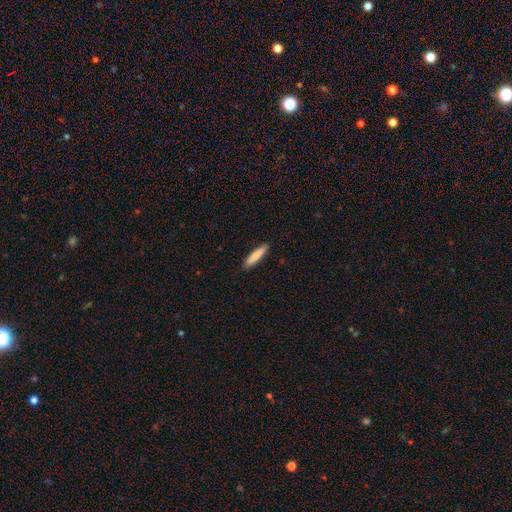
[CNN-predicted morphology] A smooth galaxy with no disk features (82%) that is cigar-shaped (86%). Merging: none (90%).